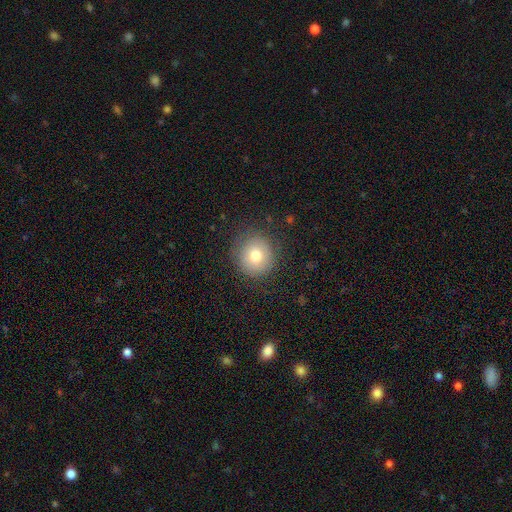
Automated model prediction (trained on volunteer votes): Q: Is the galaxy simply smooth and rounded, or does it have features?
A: smooth — 76%.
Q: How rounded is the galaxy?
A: round — 92%.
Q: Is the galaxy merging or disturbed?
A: none — 86%.